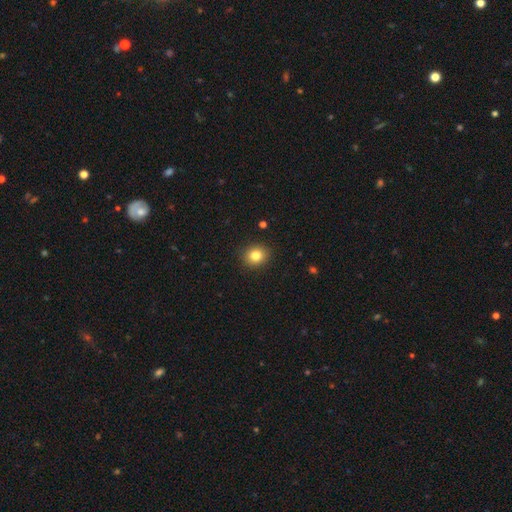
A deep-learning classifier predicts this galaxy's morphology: Smooth or featured: smooth — 82% (star or artifact — 11%)
How rounded: round — 80% (in between — 19%)
Merging: none — 91% (minor disturbance — 6%)